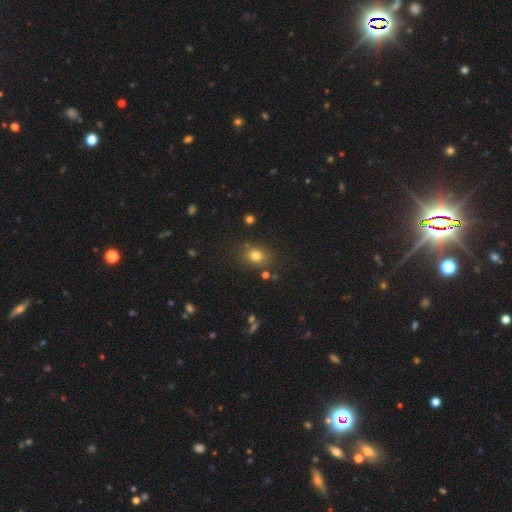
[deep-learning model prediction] Smooth or featured? smooth (77%)
How rounded? round (52%)
Merging? none (80%)